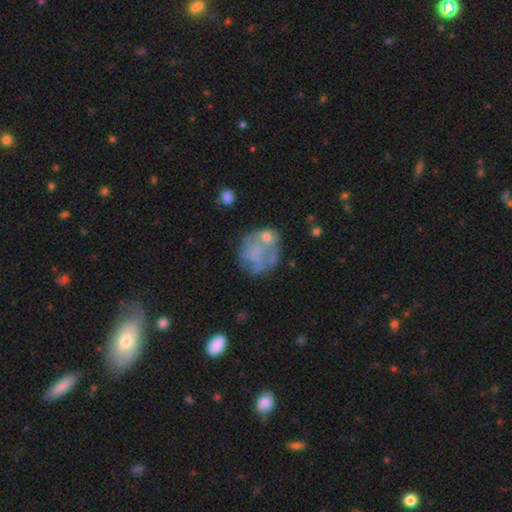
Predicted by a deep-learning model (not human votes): A featured or disk galaxy (52%) with no bar (89%), no spiral arms (77%) and no central bulge (65%).

Vote fractions:
- Smooth or featured? featured or disk: 52% / smooth: 38% / star or artifact: 10%
- Edge-on disk? no: 98% / yes: 2%
- Bar? no: 89% / weak: 9% / strong: 2%
- Spiral arms? no: 77% / yes: 23%
- Bulge size? none: 65% / moderate: 15% / small: 14% / large: 4% / dominant: 2%
- Merging? none: 41% / major disturbance: 24% / minor disturbance: 20% / merger: 15%